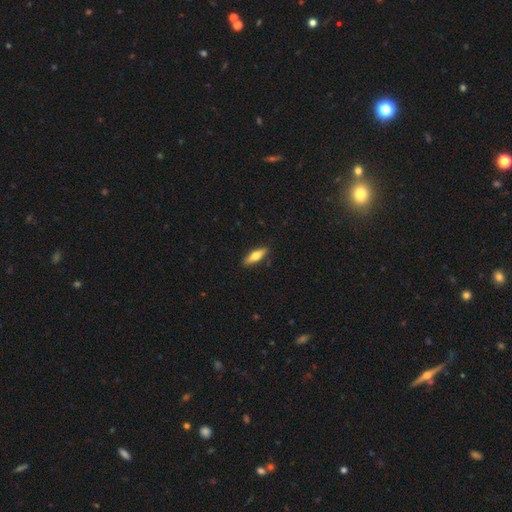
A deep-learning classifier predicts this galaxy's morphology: Q: Smooth or featured?
A: smooth (57%); runner-up: featured or disk (37%)
Q: How rounded?
A: cigar-shaped (53%); runner-up: in between (44%)
Q: Merging?
A: none (89%); runner-up: minor disturbance (8%)